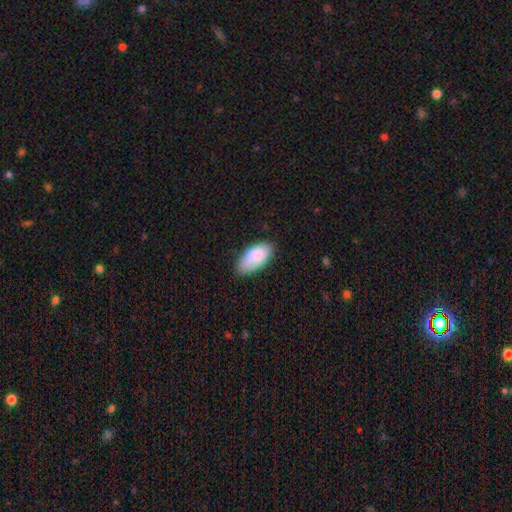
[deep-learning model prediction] The model was most divided on "merging": none: 68%, minor disturbance: 25%, major disturbance: 5%, merger: 2%. More confident: how rounded — in between (93%); smooth or featured — smooth (82%).